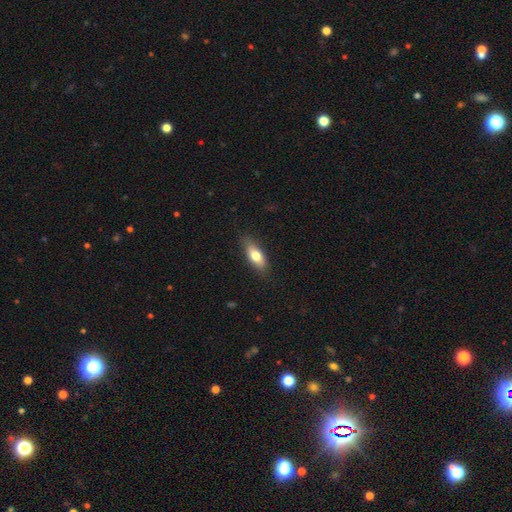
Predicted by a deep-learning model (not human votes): The model was most divided on "how rounded": in between: 73%, cigar-shaped: 23%, round: 4%. More confident: merging — none (84%); smooth or featured — smooth (72%).